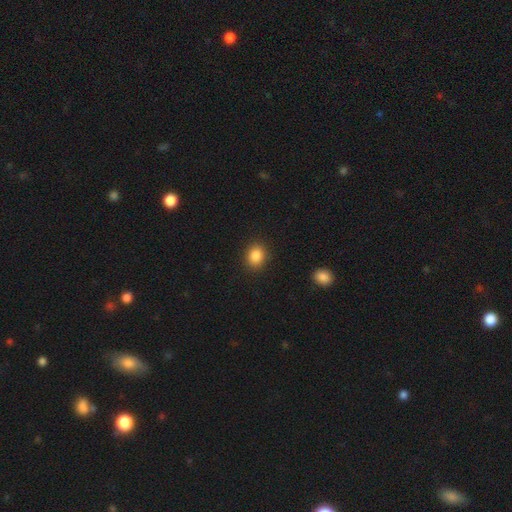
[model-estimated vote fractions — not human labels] Smooth or featured: smooth — 86% (star or artifact — 10%)
How rounded: round — 58% (in between — 41%)
Merging: none — 90% (minor disturbance — 7%)